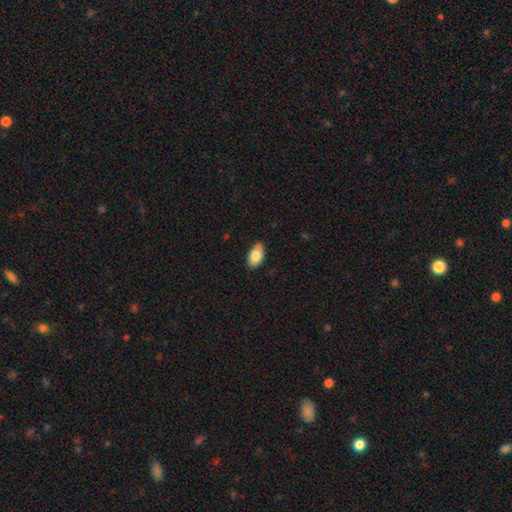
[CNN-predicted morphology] This is clearly a smooth galaxy (83%). How rounded: clearly in between (94%). Merging: clearly none (83%).